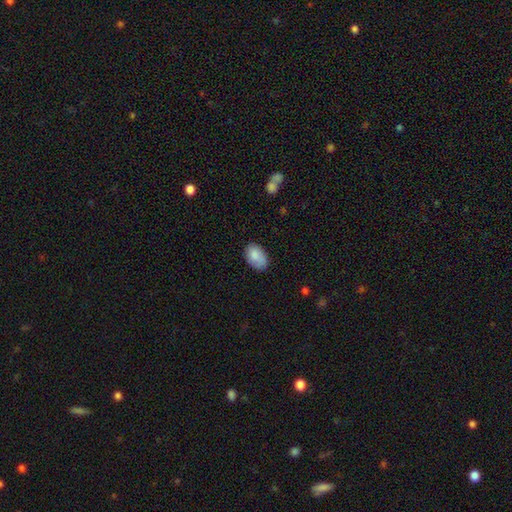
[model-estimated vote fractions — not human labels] Morphology: type=smooth (85%); roundness=in between (89%); merging=none (74%).